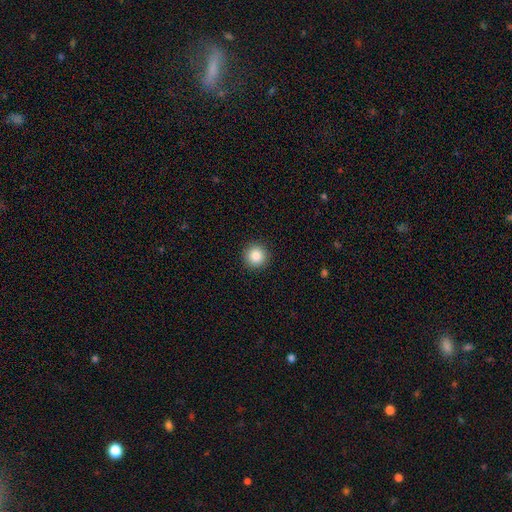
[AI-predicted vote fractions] Overall: smooth (87%). How rounded: round (95%). Merging: none (93%).